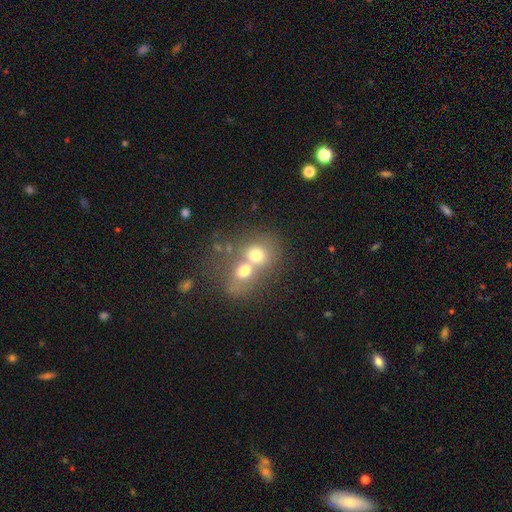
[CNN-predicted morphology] smooth-or-featured: smooth: 67% | featured or disk: 21% | star or artifact: 12%
  how-rounded: round: 68% | in between: 31% | cigar-shaped: 1%
  merging: merger: 65% | none: 24% | minor disturbance: 6% | major disturbance: 5%